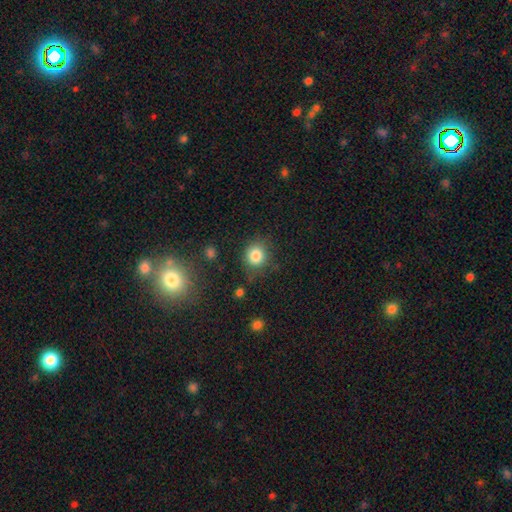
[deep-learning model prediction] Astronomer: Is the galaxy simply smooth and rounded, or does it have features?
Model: smooth — 83%.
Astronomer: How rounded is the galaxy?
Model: round — 81%.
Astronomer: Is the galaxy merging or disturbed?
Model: none — 78%.